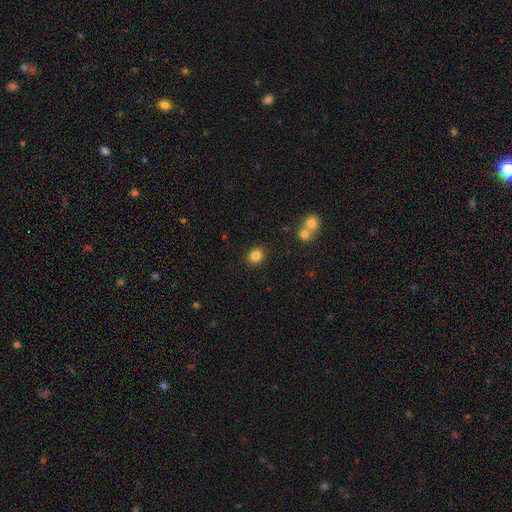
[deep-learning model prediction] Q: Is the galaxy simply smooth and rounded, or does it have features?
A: smooth — 83%.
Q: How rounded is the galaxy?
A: round — 77%.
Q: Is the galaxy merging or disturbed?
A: none — 87%.